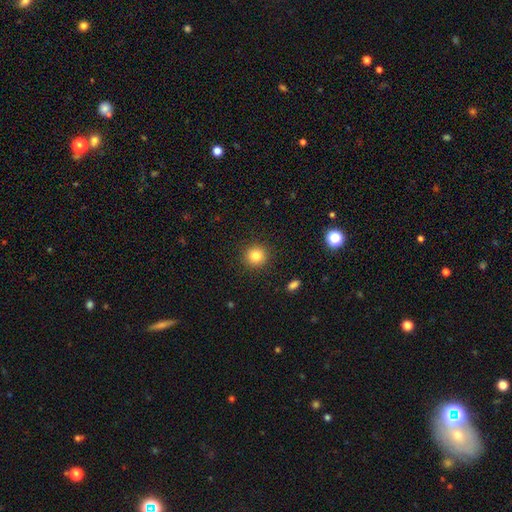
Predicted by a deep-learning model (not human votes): Smooth or featured: smooth — 82% (star or artifact — 11%)
How rounded: round — 93% (in between — 6%)
Merging: none — 91% (minor disturbance — 6%)